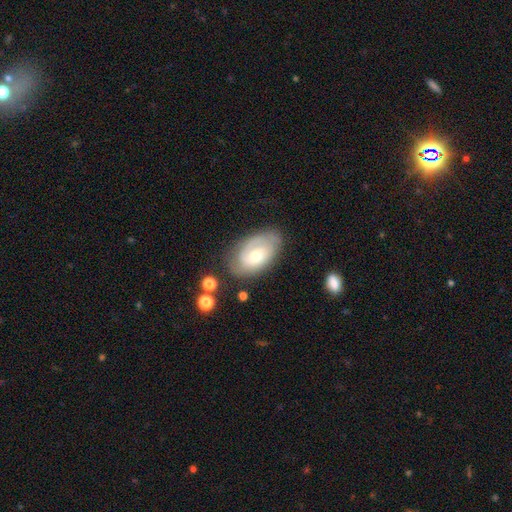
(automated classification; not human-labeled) Morphology: type=featured or disk (65%); edge-on=no (94%); bar=no (58%); spiral arms=yes (85%); winding=tight (58%); arm count=2 (42%); bulge=moderate (54%); merging=none (70%).